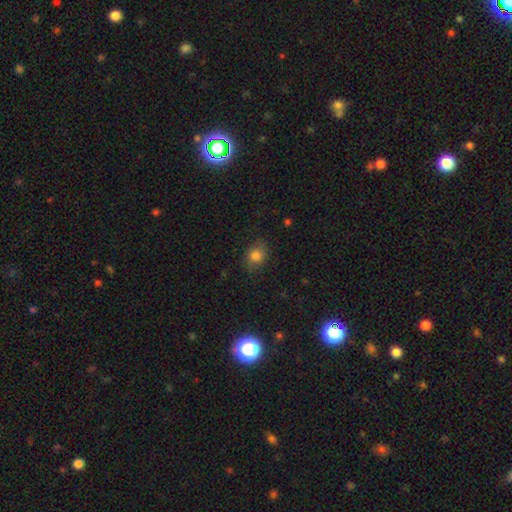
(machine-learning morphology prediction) Smooth or featured: smooth — 81% (star or artifact — 11%)
How rounded: in between — 50% (round — 49%)
Merging: none — 77% (minor disturbance — 17%)